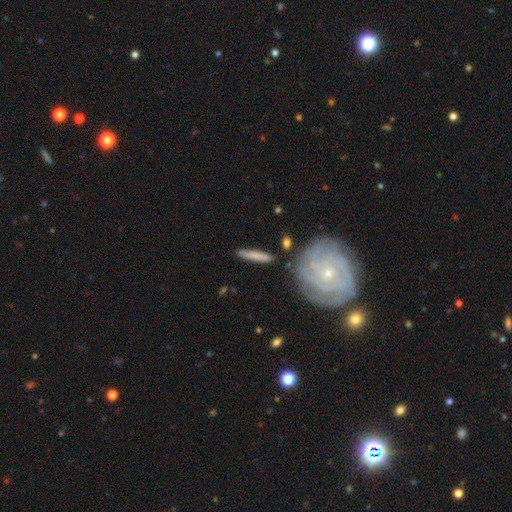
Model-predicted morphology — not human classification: smooth 71%, featured or disk 23%, star or artifact 6%. Down the decision tree: how rounded — cigar-shaped (87%); merging — none (82%).